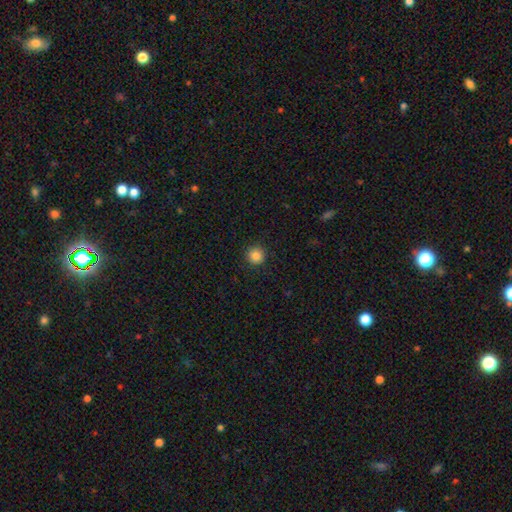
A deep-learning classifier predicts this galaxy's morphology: smooth_or_featured: smooth (p=0.85) [alt: star or artifact p=0.10]
how_rounded: round (p=0.95) [alt: in between p=0.04]
merging: none (p=0.92) [alt: minor disturbance p=0.05]